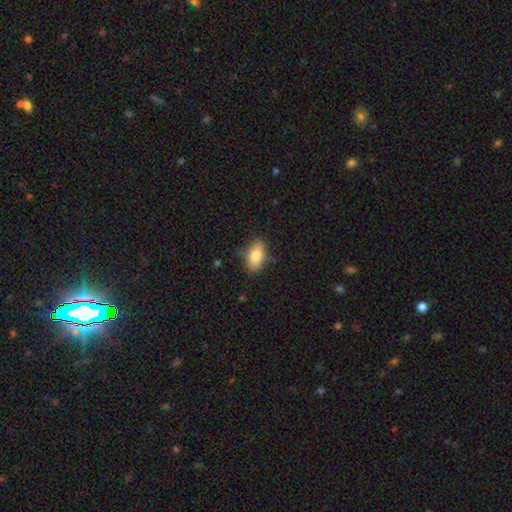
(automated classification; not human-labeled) This is clearly a smooth galaxy (80%). How rounded: clearly in between (90%). Merging: likely none (78%).